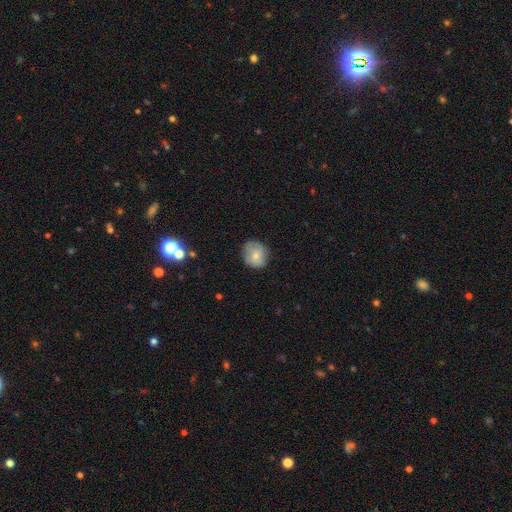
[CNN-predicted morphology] Smooth or featured? Predicted: smooth (p=0.68). How rounded? Predicted: round (p=0.79). Merging? Predicted: none (p=0.73).